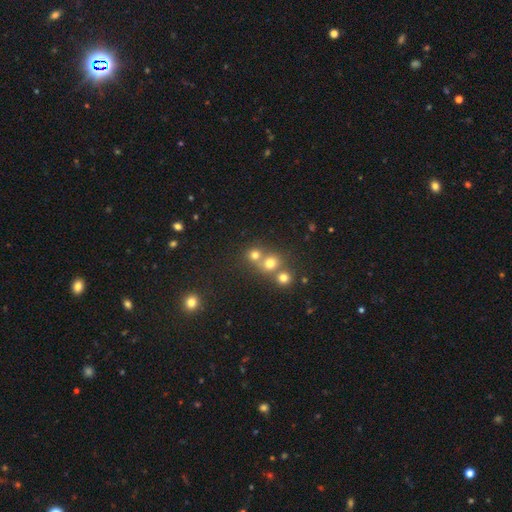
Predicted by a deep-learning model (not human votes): This appears to be a smooth galaxy with no disk features (67%) that is round (85%). Merging: none (48%).